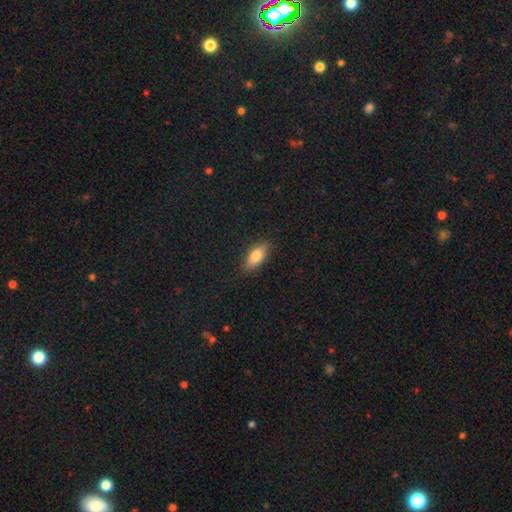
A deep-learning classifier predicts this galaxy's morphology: smooth_or_featured: smooth (p=0.79) [alt: featured or disk p=0.15]
how_rounded: in between (p=0.84) [alt: cigar-shaped p=0.13]
merging: none (p=0.87) [alt: minor disturbance p=0.10]